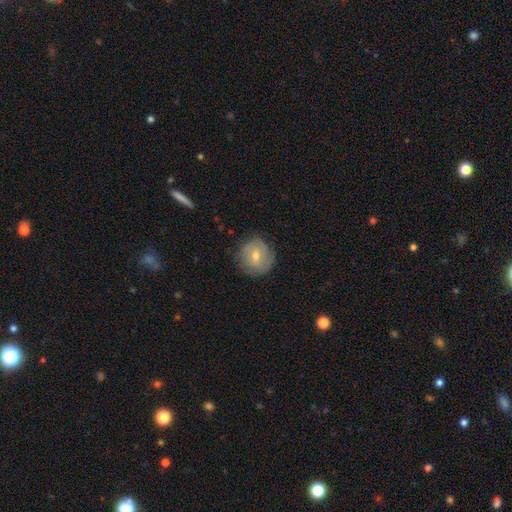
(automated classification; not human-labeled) smooth-or-featured: featured or disk: 47% | smooth: 43% | star or artifact: 9%
  merging: none: 80% | minor disturbance: 15% | major disturbance: 4% | merger: 1%